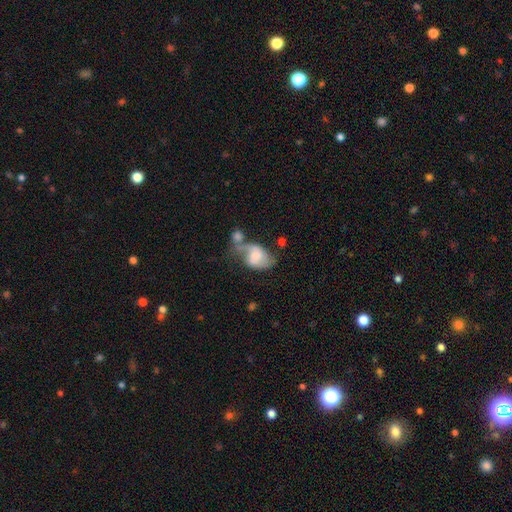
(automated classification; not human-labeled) Smooth or featured?
  - featured or disk: 59% *
  - smooth: 34%
  - star or artifact: 7%
Edge-on disk?
  - no: 97% *
  - yes: 3%
Bar?
  - no: 49% *
  - weak: 41%
  - strong: 11%
Spiral arms?
  - yes: 83% *
  - no: 17%
Bulge size?
  - moderate: 39% *
  - small: 32%
  - none: 13%
  - large: 13%
  - dominant: 3%
Merging?
  - merger: 32% *
  - none: 28%
  - minor disturbance: 21%
  - major disturbance: 19%